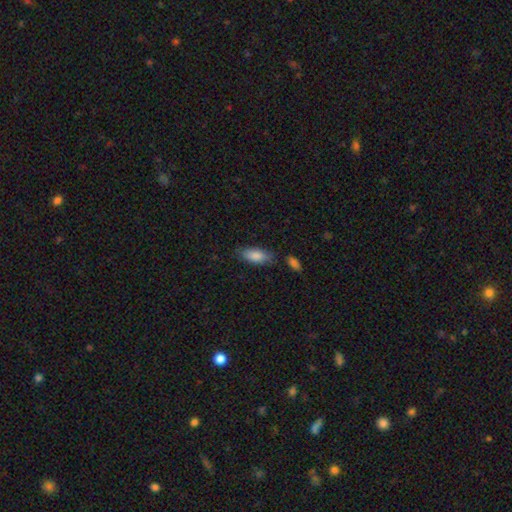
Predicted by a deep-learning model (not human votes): A smooth galaxy with no disk features (85%) that is in between round and cigar-shaped (84%). Merging: none (73%).